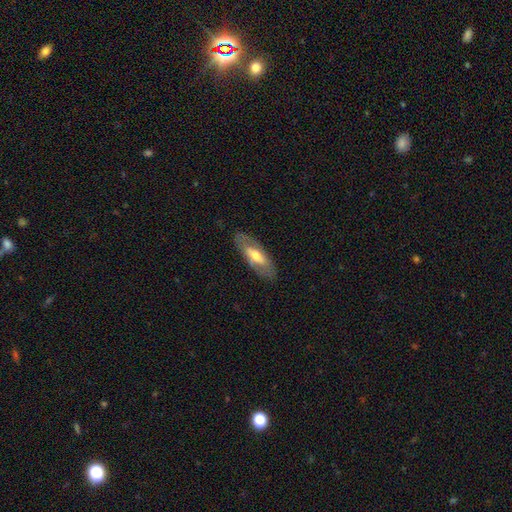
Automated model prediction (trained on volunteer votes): Q: Smooth or featured?
A: featured or disk (49%); runner-up: smooth (45%)
Q: Merging?
A: none (83%); runner-up: minor disturbance (12%)